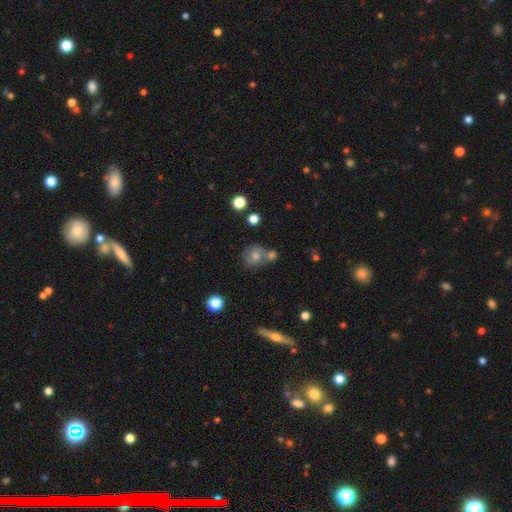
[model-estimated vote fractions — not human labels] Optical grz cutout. It shows a smooth galaxy with no disk features (60%) that is round (76%). Merging: none (57%).